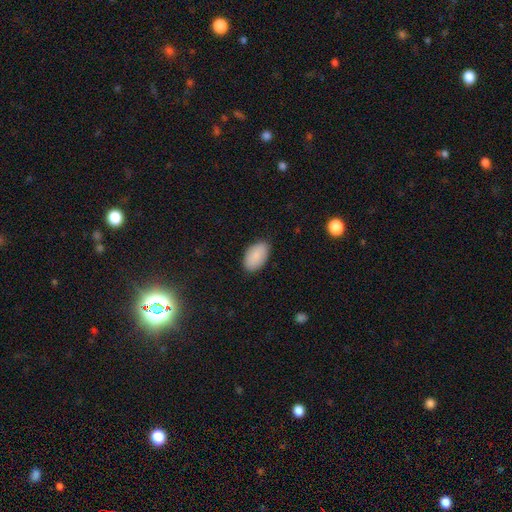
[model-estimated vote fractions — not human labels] Overall: smooth (89%). How rounded: in between (94%). Merging: none (85%).